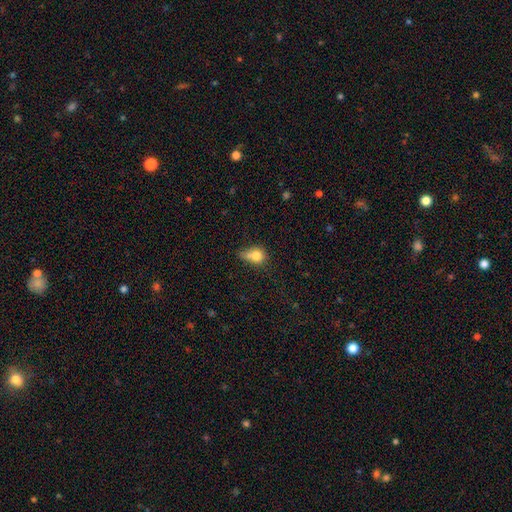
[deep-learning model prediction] This is likely a smooth galaxy (76%). How rounded: possibly round (56%). Merging: marginally none (31%).